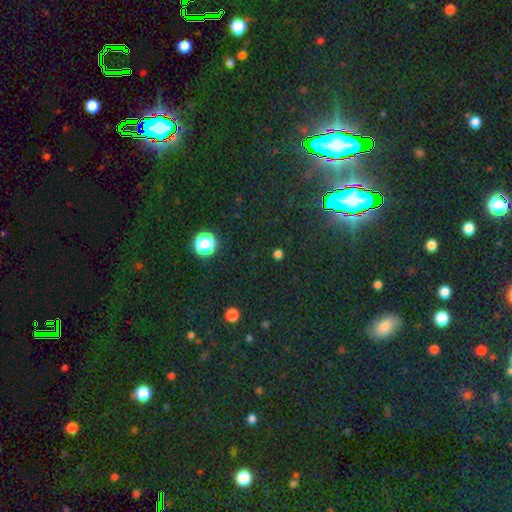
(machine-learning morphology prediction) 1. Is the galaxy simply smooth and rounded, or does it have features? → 75% star or artifact, 17% smooth, 8% featured or disk.